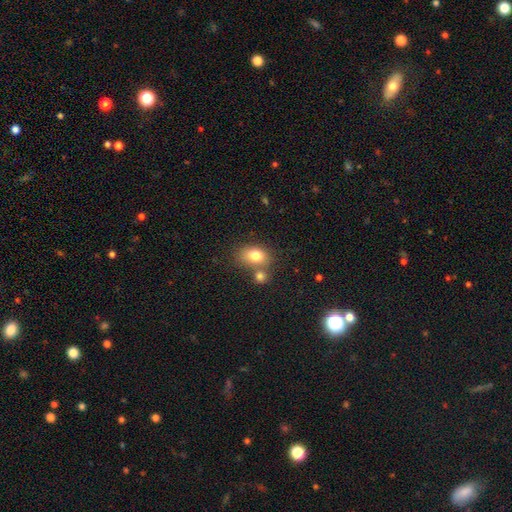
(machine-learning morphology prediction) Q: Smooth or featured?
A: smooth (78%); runner-up: featured or disk (12%)
Q: How rounded?
A: in between (72%); runner-up: round (26%)
Q: Merging?
A: none (50%); runner-up: merger (32%)